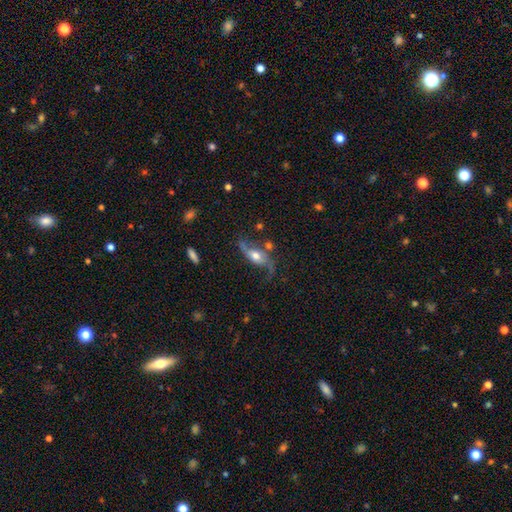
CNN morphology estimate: smooth_or_featured: featured or disk (p=0.73) [alt: smooth p=0.20]
disk_edge_on: no (p=0.85) [alt: yes p=0.15]
bar: no (p=0.58) [alt: weak p=0.30]
has_spiral_arms: yes (p=0.89) [alt: no p=0.11]
spiral_winding: loose (p=0.86) [alt: medium p=0.11]
spiral_arm_count: 2 (p=0.89) [alt: 1 p=0.05]
bulge_size: moderate (p=0.63) [alt: large p=0.17]
merging: none (p=0.55) [alt: minor disturbance p=0.21]